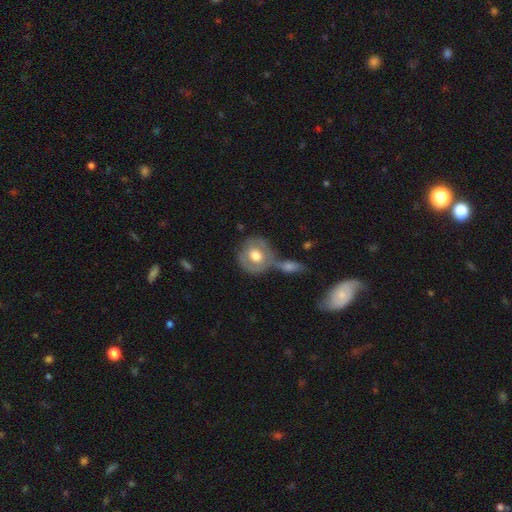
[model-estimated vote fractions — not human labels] Smooth or featured?
  - smooth: 53% *
  - featured or disk: 41%
  - star or artifact: 6%
How rounded?
  - round: 81% *
  - in between: 18%
  - cigar-shaped: 1%
Merging?
  - none: 45% *
  - merger: 34%
  - minor disturbance: 14%
  - major disturbance: 7%